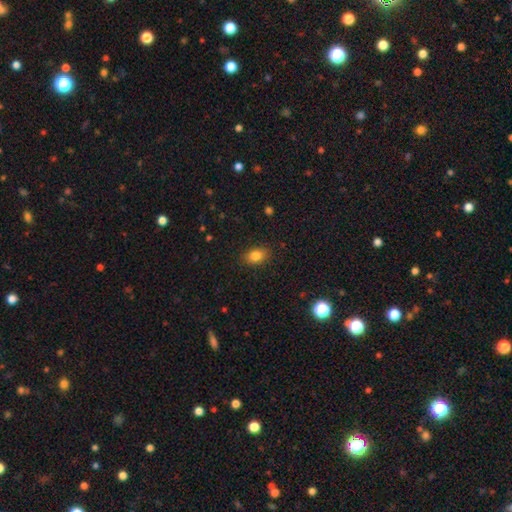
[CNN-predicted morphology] Smooth or featured? Predicted: smooth (p=0.84). How rounded? Predicted: in between (p=0.79). Merging? Predicted: none (p=0.86).